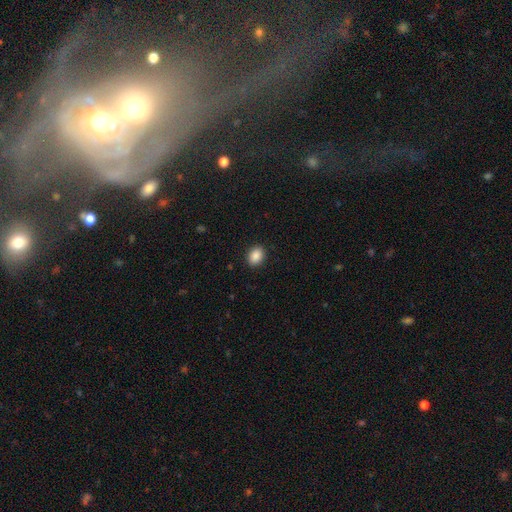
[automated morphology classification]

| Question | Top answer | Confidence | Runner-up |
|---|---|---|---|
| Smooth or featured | smooth | 89% | star or artifact (8%) |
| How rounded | in between | 62% | round (37%) |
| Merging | none | 90% | minor disturbance (7%) |